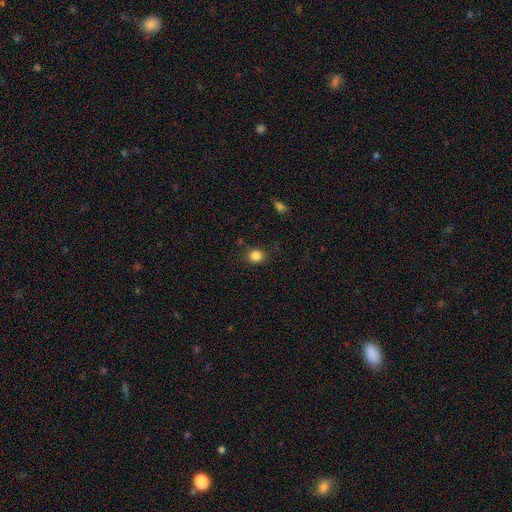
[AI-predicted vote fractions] A smooth galaxy with no disk features (84%) that is round (82%).

Vote fractions:
- Smooth or featured? smooth: 84% / star or artifact: 12% / featured or disk: 4%
- How rounded? round: 82% / in between: 17% / cigar-shaped: 1%
- Merging? none: 85% / minor disturbance: 10% / major disturbance: 3% / merger: 2%